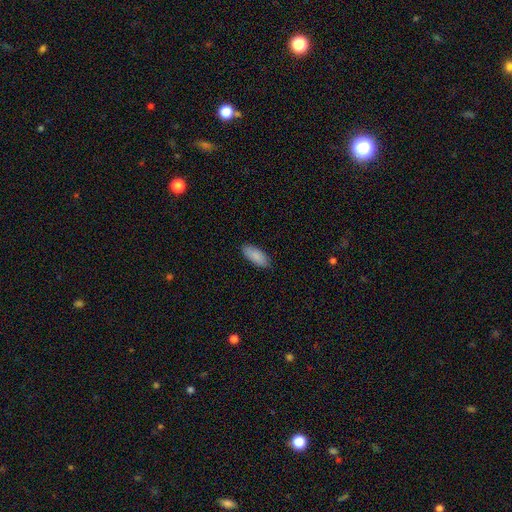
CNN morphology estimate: The model was most divided on "how rounded": in between: 83%, cigar-shaped: 16%, round: 2%. More confident: smooth or featured — smooth (88%); merging — none (85%).